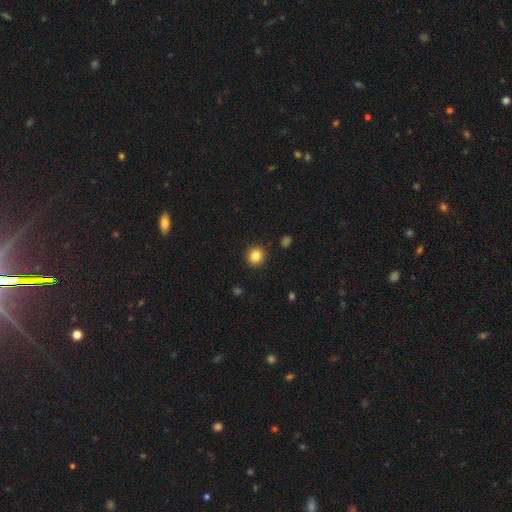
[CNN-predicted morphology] Q: Smooth or featured?
A: smooth (84%); runner-up: star or artifact (10%)
Q: How rounded?
A: round (91%); runner-up: in between (8%)
Q: Merging?
A: none (92%); runner-up: minor disturbance (5%)